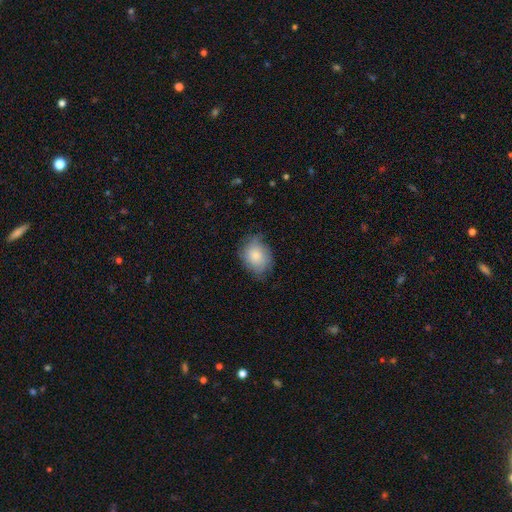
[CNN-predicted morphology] A smooth galaxy with no disk features (71%) that is in between round and cigar-shaped (59%). Merging: none (66%).